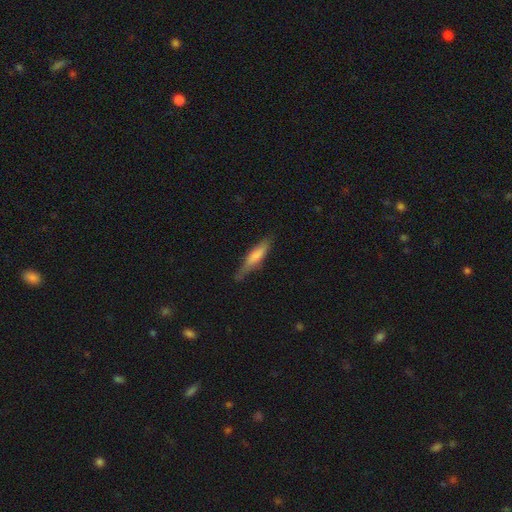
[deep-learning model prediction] smooth_or_featured: smooth (p=0.53) [alt: featured or disk p=0.40]
how_rounded: cigar-shaped (p=0.83) [alt: in between p=0.15]
merging: none (p=0.75) [alt: minor disturbance p=0.19]